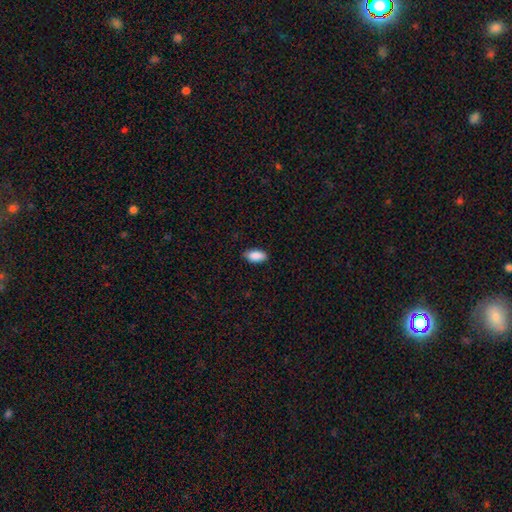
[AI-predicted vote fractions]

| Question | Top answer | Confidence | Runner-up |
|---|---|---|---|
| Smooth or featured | smooth | 89% | star or artifact (7%) |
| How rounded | in between | 92% | cigar-shaped (6%) |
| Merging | none | 87% | minor disturbance (10%) |